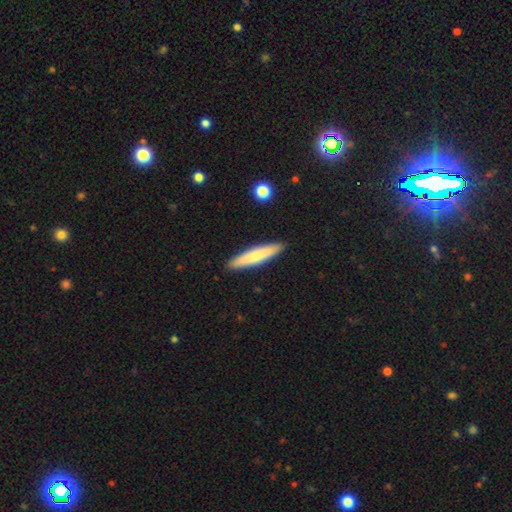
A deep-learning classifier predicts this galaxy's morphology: Smooth or featured?
  - smooth: 71% *
  - featured or disk: 23%
  - star or artifact: 5%
How rounded?
  - cigar-shaped: 89% *
  - in between: 10%
  - round: 1%
Merging?
  - none: 91% *
  - minor disturbance: 6%
  - major disturbance: 1%
  - merger: 1%